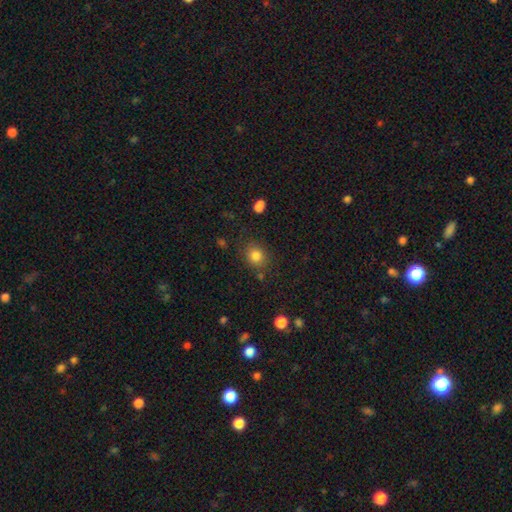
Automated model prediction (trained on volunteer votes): smooth-or-featured: smooth: 82% | star or artifact: 12% | featured or disk: 6%
  how-rounded: round: 72% | in between: 28% | cigar-shaped: 1%
  merging: none: 80% | minor disturbance: 12% | major disturbance: 4% | merger: 4%